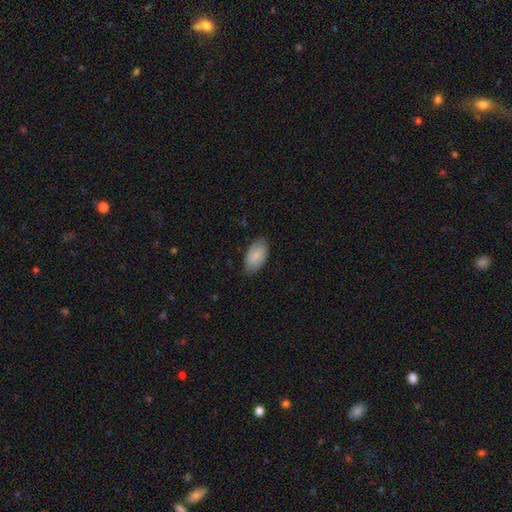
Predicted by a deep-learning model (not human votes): Overall: smooth (77%). How rounded: in between (95%). Merging: none (78%).